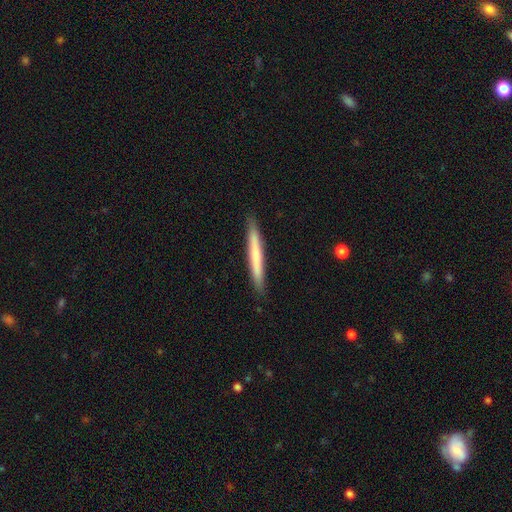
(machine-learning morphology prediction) The model was most divided on "smooth or featured": smooth: 64%, featured or disk: 31%, star or artifact: 5%. More confident: how rounded — cigar-shaped (97%); merging — none (90%).